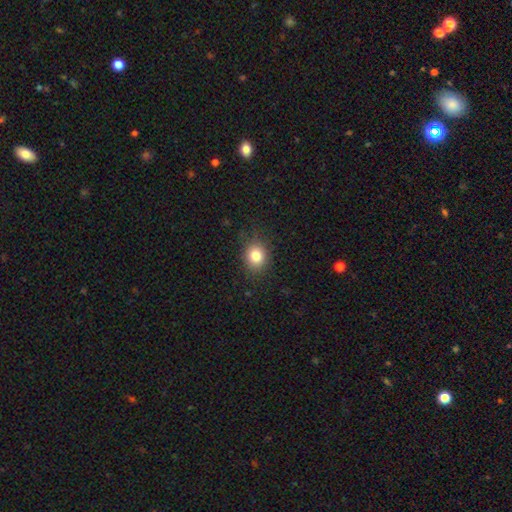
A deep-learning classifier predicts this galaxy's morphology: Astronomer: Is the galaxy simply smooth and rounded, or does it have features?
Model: smooth — 81%.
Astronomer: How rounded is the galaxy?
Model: round — 63%.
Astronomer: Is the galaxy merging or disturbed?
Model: none — 83%.